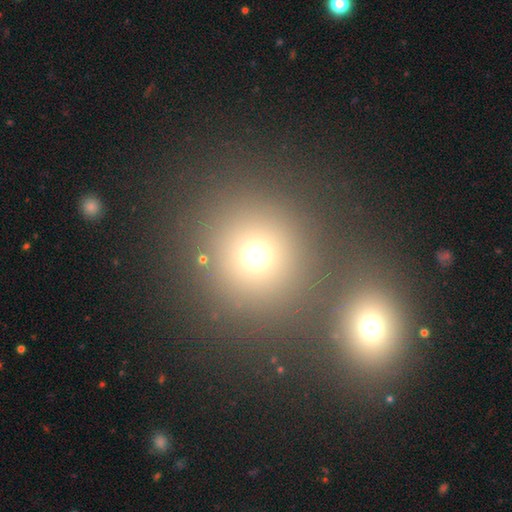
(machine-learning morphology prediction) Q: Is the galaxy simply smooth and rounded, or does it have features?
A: smooth — 70%.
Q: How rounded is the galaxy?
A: round — 91%.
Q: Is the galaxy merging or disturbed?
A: none — 67%.